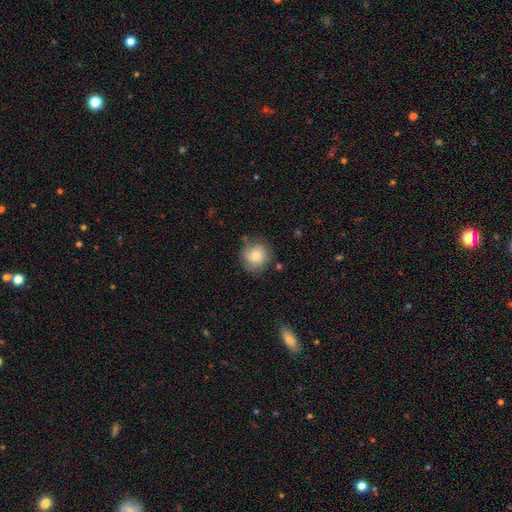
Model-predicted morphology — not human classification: Overall: smooth (70%). How rounded: round (87%). Merging: none (72%).